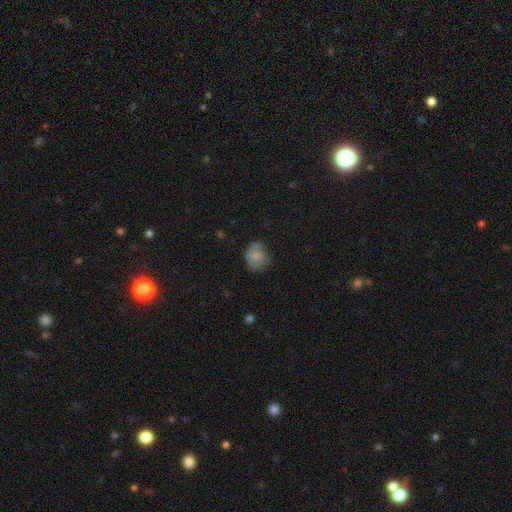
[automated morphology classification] Smooth or featured? smooth (77%)
How rounded? round (60%)
Merging? none (59%)